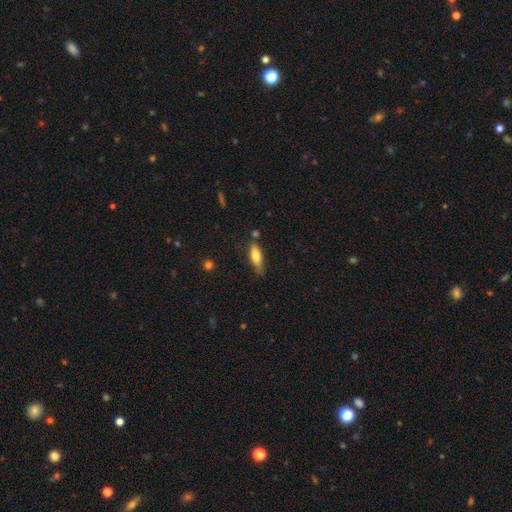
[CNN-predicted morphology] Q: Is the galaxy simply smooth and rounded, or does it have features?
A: smooth — 74%.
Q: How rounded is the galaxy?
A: in between — 59%.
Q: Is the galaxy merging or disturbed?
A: none — 64%.